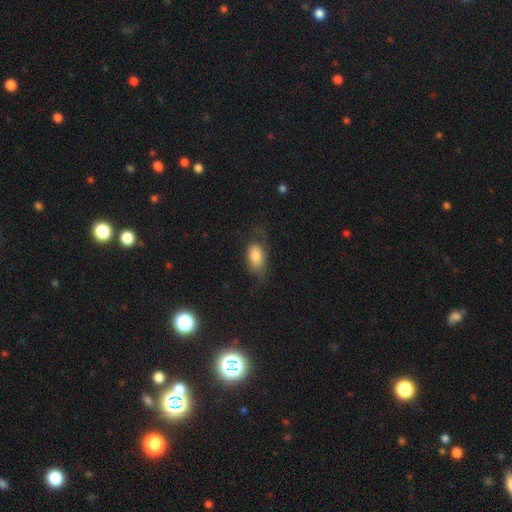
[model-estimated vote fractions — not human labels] smooth 76%, featured or disk 16%, star or artifact 8%. Down the decision tree: how rounded — in between (87%); merging — none (49%).